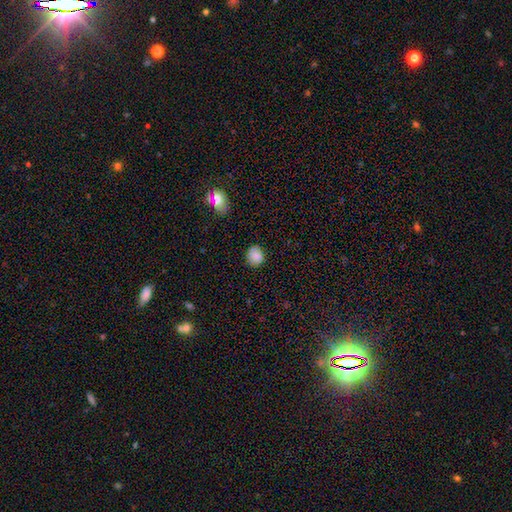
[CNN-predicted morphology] Q: Smooth or featured?
A: smooth (83%); runner-up: star or artifact (9%)
Q: How rounded?
A: round (75%); runner-up: in between (24%)
Q: Merging?
A: none (83%); runner-up: minor disturbance (13%)